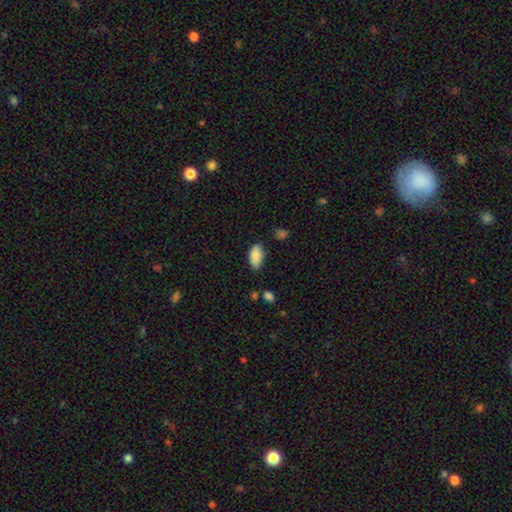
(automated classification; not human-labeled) Morphology: type=smooth (89%); roundness=in between (94%); merging=none (75%).